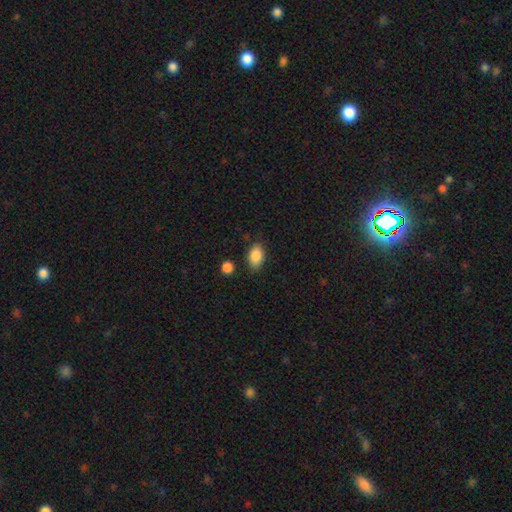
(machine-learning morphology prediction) Smooth or featured? Predicted: smooth (p=0.88). How rounded? Predicted: in between (p=0.88). Merging? Predicted: none (p=0.81).